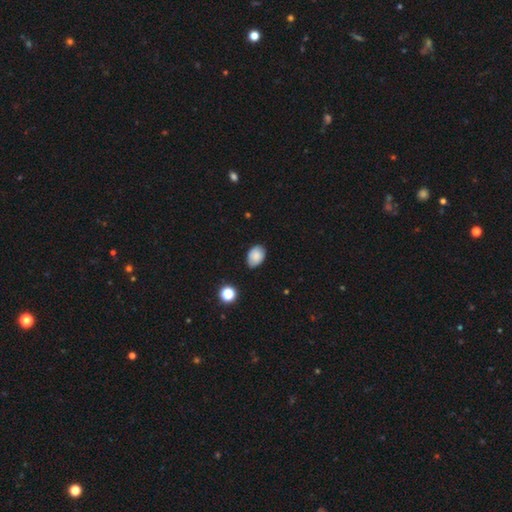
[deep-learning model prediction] The model was most divided on "merging": none: 75%, minor disturbance: 20%, major disturbance: 3%, merger: 2%. More confident: smooth or featured — smooth (83%); how rounded — in between (81%).